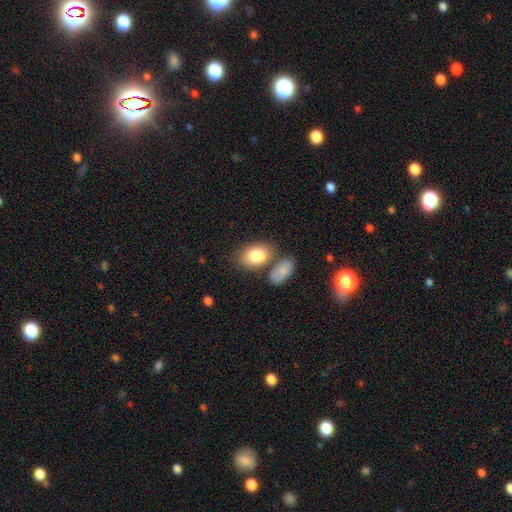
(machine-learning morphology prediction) A smooth galaxy with no disk features (80%) that is in between round and cigar-shaped (85%). Merging: none (49%).